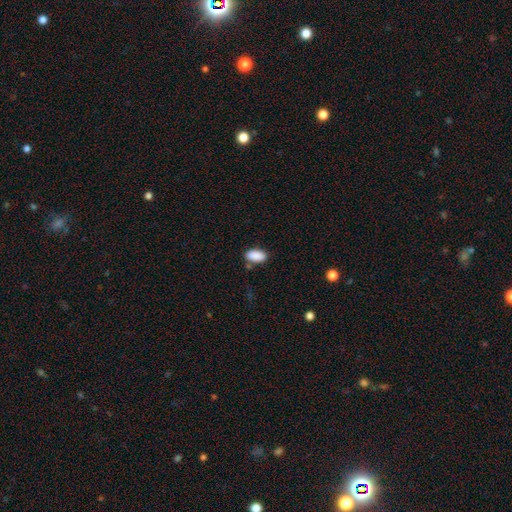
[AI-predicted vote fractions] A smooth galaxy with no disk features (90%) that is in between round and cigar-shaped (94%).

Vote fractions:
- Smooth or featured? smooth: 90% / star or artifact: 7% / featured or disk: 3%
- How rounded? in between: 94% / round: 3% / cigar-shaped: 3%
- Merging? none: 79% / minor disturbance: 13% / merger: 5% / major disturbance: 3%